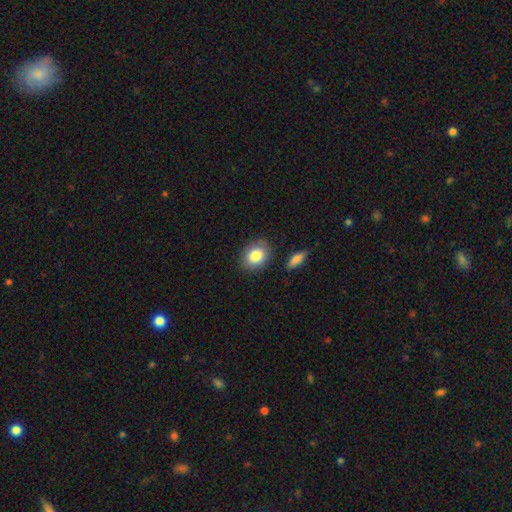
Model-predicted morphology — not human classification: type=smooth (83%); roundness=in between (64%); merging=none (82%).